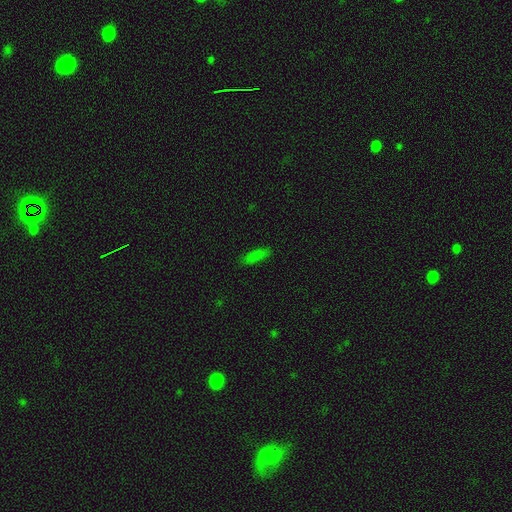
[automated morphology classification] smooth-or-featured: smooth: 81% | star or artifact: 11% | featured or disk: 8%
  how-rounded: cigar-shaped: 49% (tied) | in between: 49% (tied) | round: 3%
  merging: none: 85% | minor disturbance: 11% | major disturbance: 2% | merger: 1%